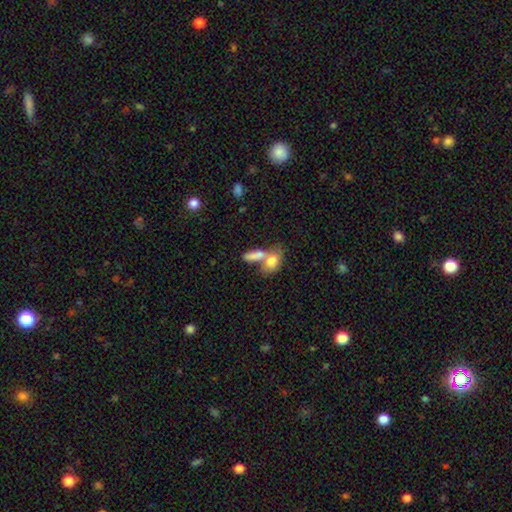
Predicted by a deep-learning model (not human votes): Smooth or featured?
  - smooth: 77% *
  - featured or disk: 15%
  - star or artifact: 8%
How rounded?
  - in between: 71% *
  - cigar-shaped: 19%
  - round: 10%
Merging?
  - merger: 58% *
  - none: 28%
  - minor disturbance: 9%
  - major disturbance: 5%